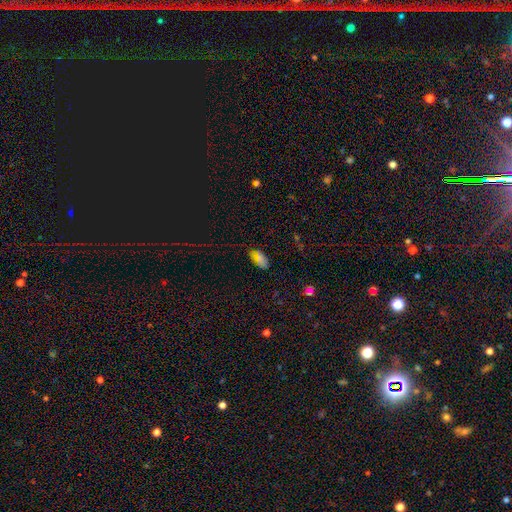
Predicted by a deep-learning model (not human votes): smooth 64%, star or artifact 20%, featured or disk 16%. Down the decision tree: how rounded — in between (91%); merging — none (77%).